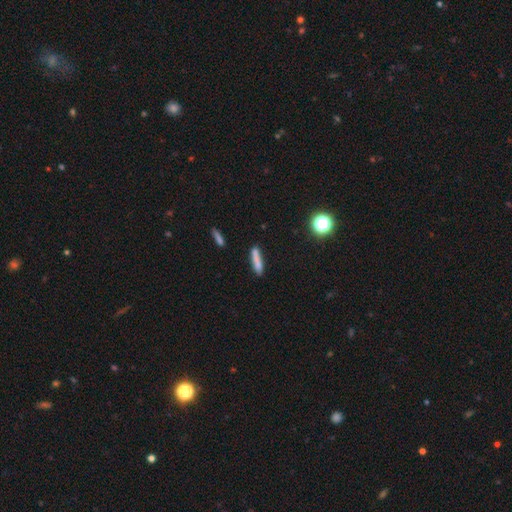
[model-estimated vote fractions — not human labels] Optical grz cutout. It shows a smooth galaxy with no disk features (74%) that is cigar-shaped (84%). Merging: none (69%).